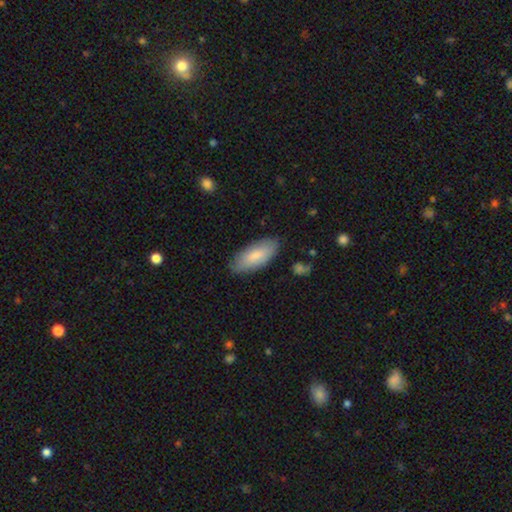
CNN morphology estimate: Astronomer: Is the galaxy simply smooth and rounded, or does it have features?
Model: smooth — 82%.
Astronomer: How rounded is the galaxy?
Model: in between — 82%.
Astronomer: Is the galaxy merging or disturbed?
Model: none — 83%.